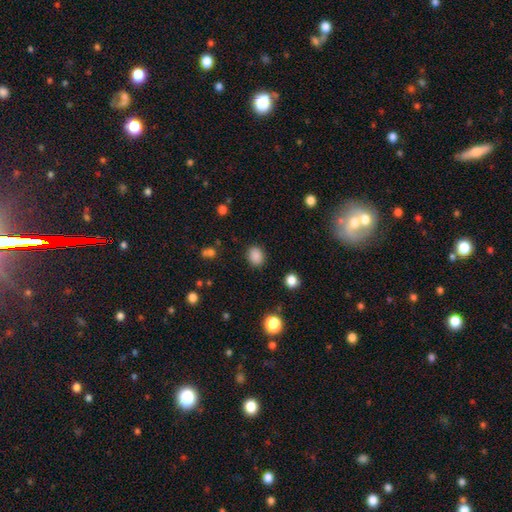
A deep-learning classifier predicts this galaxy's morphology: Q: Smooth or featured?
A: smooth (86%); runner-up: star or artifact (11%)
Q: How rounded?
A: round (59%); runner-up: in between (40%)
Q: Merging?
A: none (88%); runner-up: minor disturbance (8%)